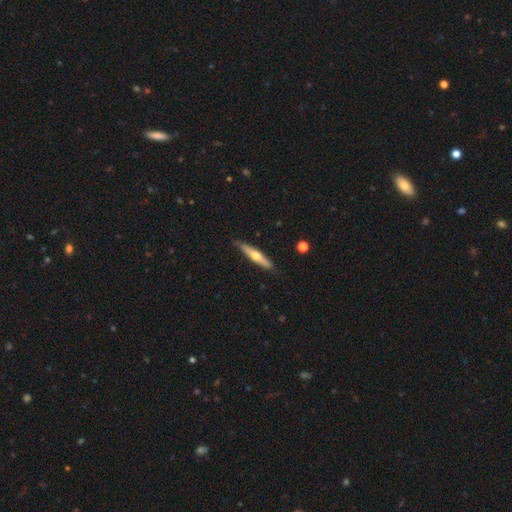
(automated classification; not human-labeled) Smooth or featured? Predicted: featured or disk (p=0.52). Edge-on disk? Predicted: yes (p=0.92). Merging? Predicted: none (p=0.84).